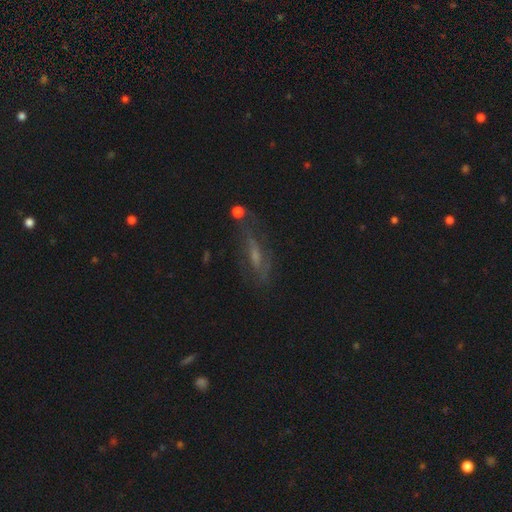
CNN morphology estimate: Q: Smooth or featured?
A: featured or disk (56%); runner-up: smooth (26%)
Q: Edge-on disk?
A: no (63%); runner-up: yes (37%)
Q: Merging?
A: none (62%); runner-up: minor disturbance (20%)